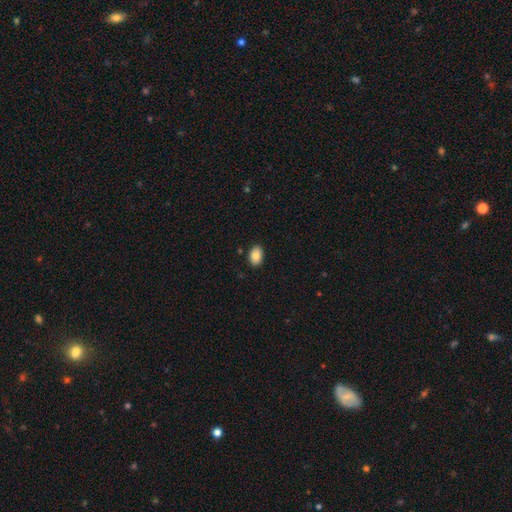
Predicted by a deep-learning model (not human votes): A smooth galaxy with no disk features (87%) that is in between round and cigar-shaped (86%).

Vote fractions:
- Smooth or featured? smooth: 87% / star or artifact: 7% / featured or disk: 6%
- How rounded? in between: 86% / round: 13% / cigar-shaped: 1%
- Merging? none: 88% / minor disturbance: 9% / major disturbance: 2% / merger: 1%